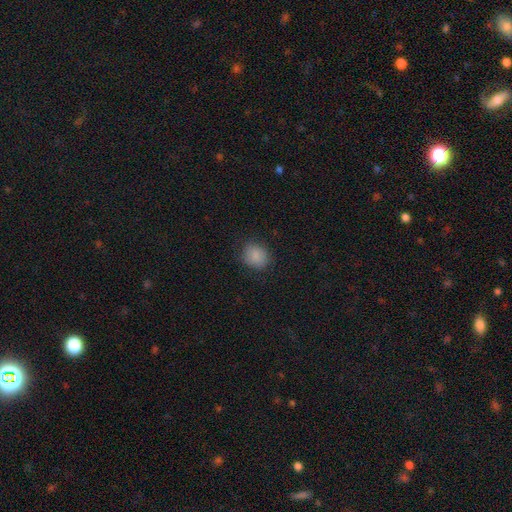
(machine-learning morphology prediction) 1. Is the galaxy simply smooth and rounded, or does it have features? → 86% smooth, 9% star or artifact, 5% featured or disk.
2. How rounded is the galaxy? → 71% round, 29% in between, 1% cigar-shaped.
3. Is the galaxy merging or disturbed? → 82% none, 13% minor disturbance, 4% major disturbance, 1% merger.